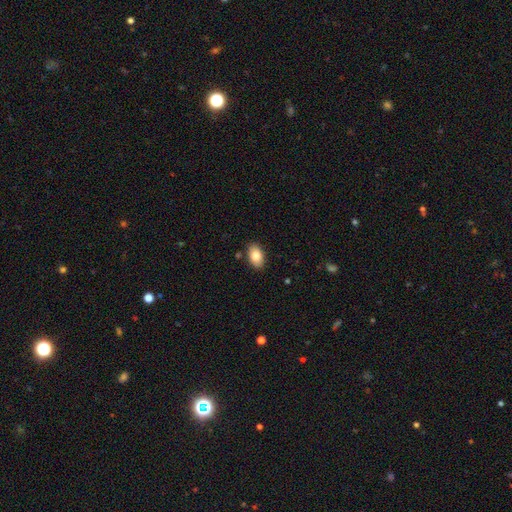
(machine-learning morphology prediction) Overall: smooth (84%). How rounded: in between (92%). Merging: none (86%).